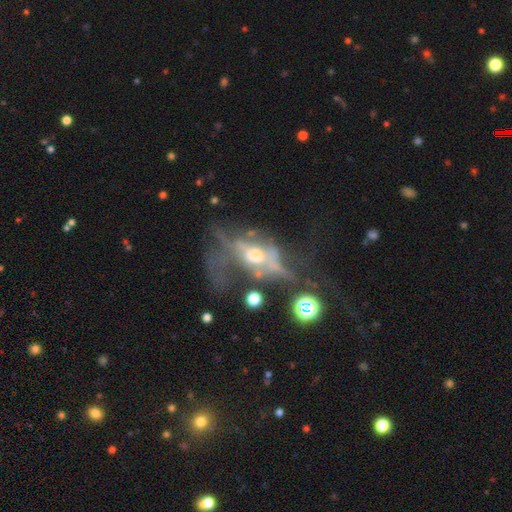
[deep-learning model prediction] Smooth or featured? featured or disk (67%)
Edge-on disk? no (81%)
Bar? no (76%)
Spiral arms? no (71%)
Bulge size? moderate (59%)
Merging? major disturbance (48%)